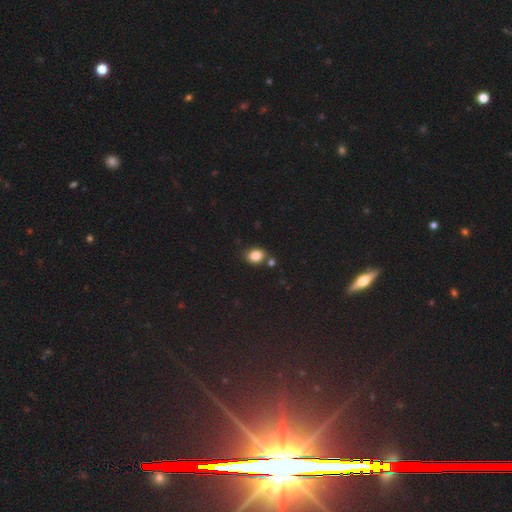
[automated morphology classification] smooth-or-featured: smooth: 83% | star or artifact: 10% | featured or disk: 6%
  how-rounded: in between: 59% | round: 40% | cigar-shaped: 1%
  merging: none: 71% | merger: 14% | minor disturbance: 12% | major disturbance: 3%